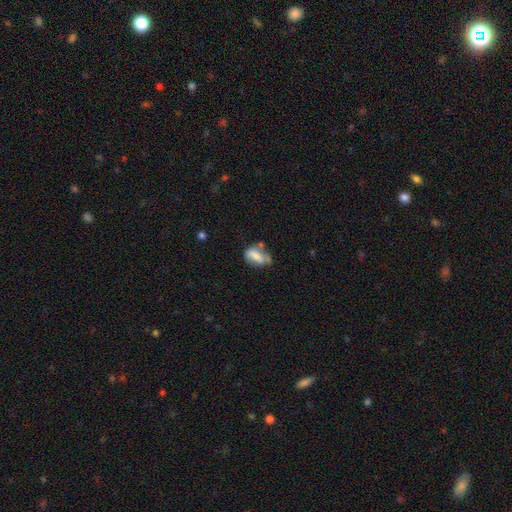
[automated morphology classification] Smooth or featured? smooth (64%)
How rounded? in between (82%)
Merging? none (36%)